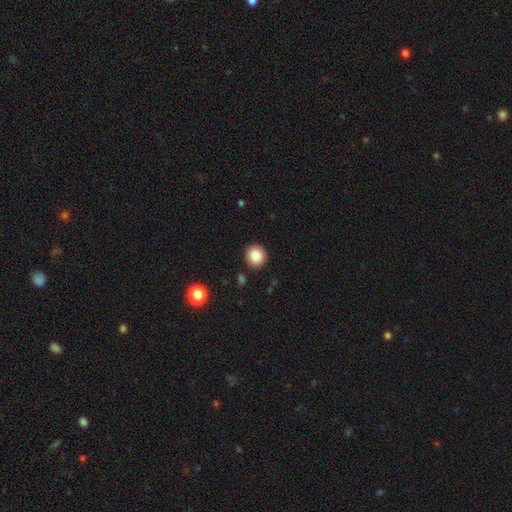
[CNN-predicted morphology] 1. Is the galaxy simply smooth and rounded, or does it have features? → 86% smooth, 9% star or artifact, 4% featured or disk.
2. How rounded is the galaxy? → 89% round, 10% in between, 1% cigar-shaped.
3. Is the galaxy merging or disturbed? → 91% none, 5% minor disturbance, 2% major disturbance, 2% merger.